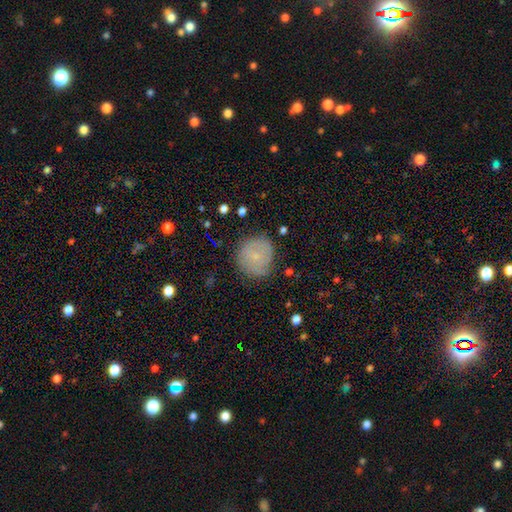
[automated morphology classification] A smooth galaxy with no disk features (59%) that is round (90%).

Vote fractions:
- Smooth or featured? smooth: 59% / featured or disk: 32% / star or artifact: 9%
- How rounded? round: 90% / in between: 9% / cigar-shaped: 1%
- Merging? none: 76% / minor disturbance: 18% / major disturbance: 5% / merger: 1%